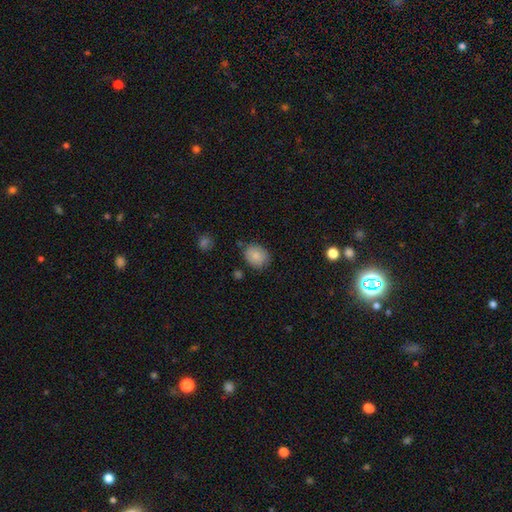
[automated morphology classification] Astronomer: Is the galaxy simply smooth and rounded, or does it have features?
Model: smooth — 85%.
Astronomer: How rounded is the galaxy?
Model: in between — 51% (runner-up: round, 48%).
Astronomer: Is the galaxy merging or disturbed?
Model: none — 77%.